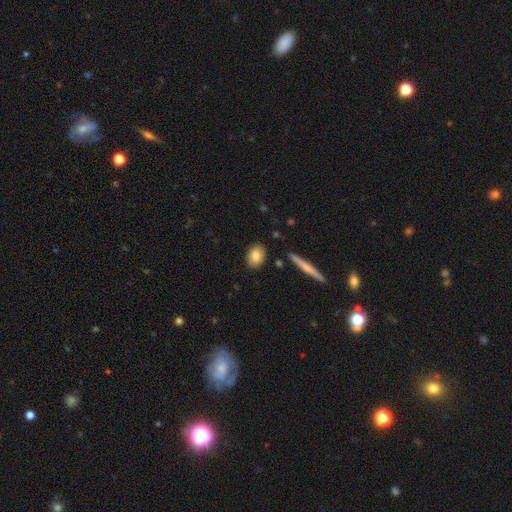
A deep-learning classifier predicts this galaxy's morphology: smooth 78%, featured or disk 15%, star or artifact 7%. Down the decision tree: how rounded — in between (79%); merging — none (86%).